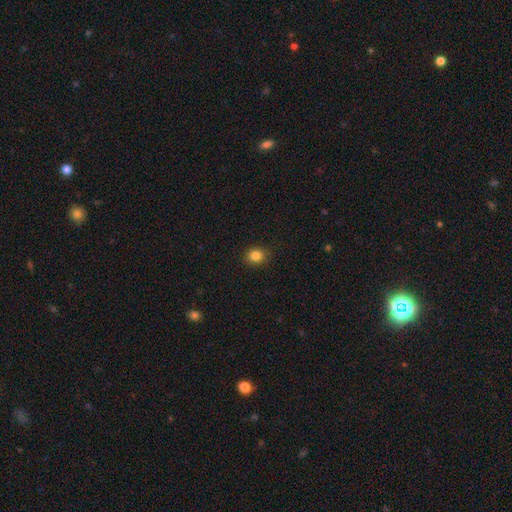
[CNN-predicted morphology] Q: Smooth or featured?
A: smooth (84%); runner-up: star or artifact (11%)
Q: How rounded?
A: round (69%); runner-up: in between (30%)
Q: Merging?
A: none (87%); runner-up: minor disturbance (10%)